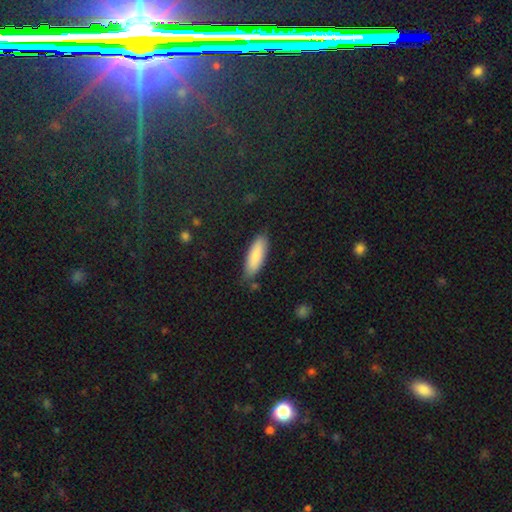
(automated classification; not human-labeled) A smooth galaxy with no disk features (84%) that is in between round and cigar-shaped (57%). Merging: none (80%).